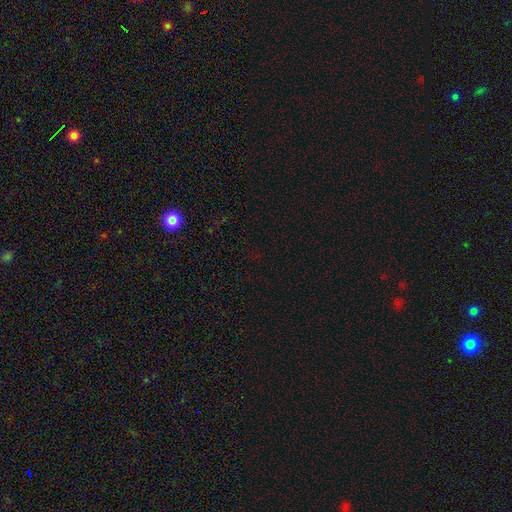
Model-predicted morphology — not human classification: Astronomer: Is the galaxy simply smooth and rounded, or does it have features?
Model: star or artifact — 73%.